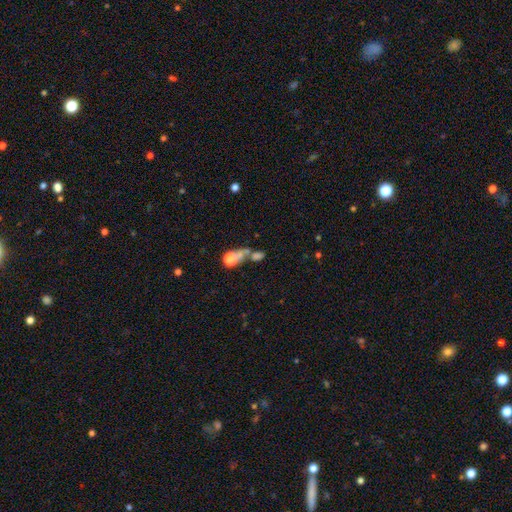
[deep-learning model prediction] Smooth or featured? smooth (47%)
Merging? merger (38%)